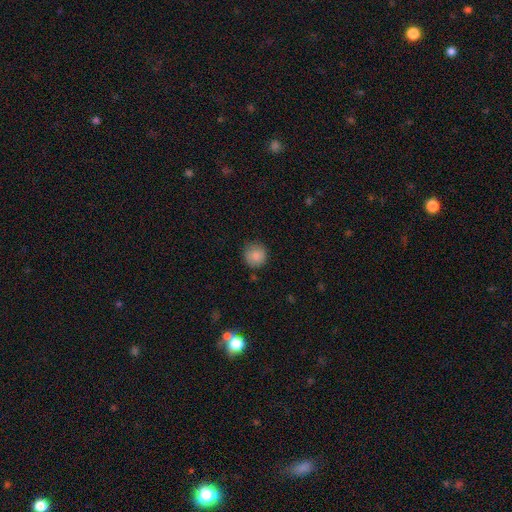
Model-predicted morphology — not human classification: This appears to be a smooth galaxy with no disk features (86%) that is round (94%). Merging: none (83%).